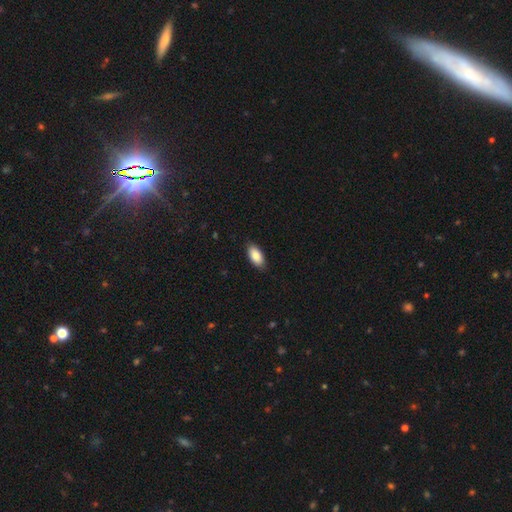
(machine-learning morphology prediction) type=smooth (88%); roundness=in between (92%); merging=none (86%).